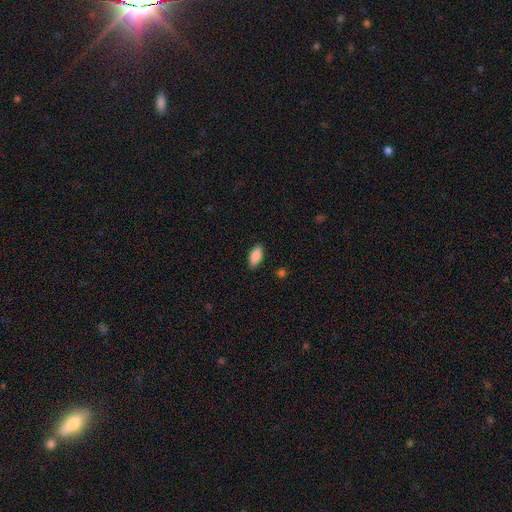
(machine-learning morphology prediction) This is clearly a smooth galaxy (89%). How rounded: clearly in between (90%). Merging: clearly none (87%).